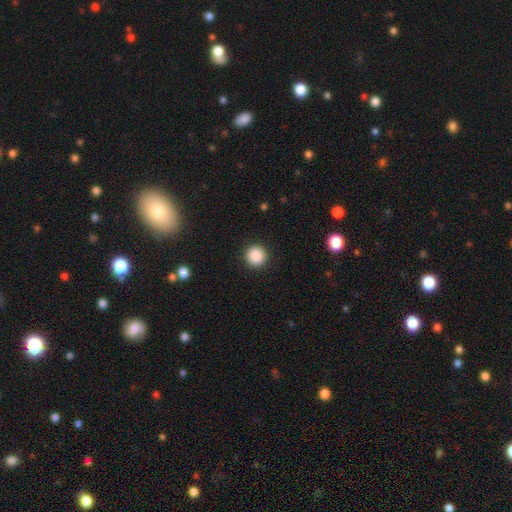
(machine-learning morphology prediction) Q: Smooth or featured?
A: smooth (88%); runner-up: star or artifact (9%)
Q: How rounded?
A: round (95%); runner-up: in between (4%)
Q: Merging?
A: none (92%); runner-up: minor disturbance (5%)